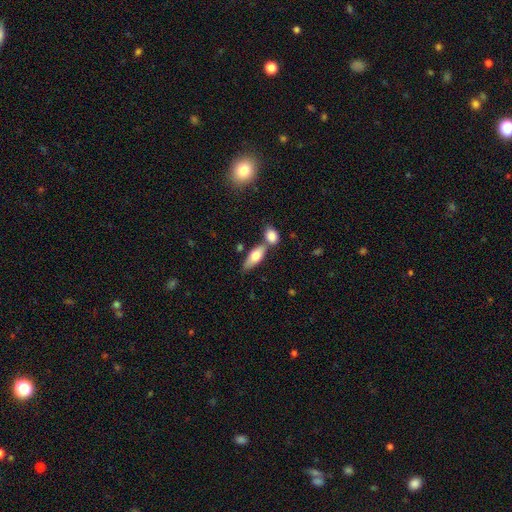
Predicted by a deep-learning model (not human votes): smooth-or-featured: smooth: 71% | featured or disk: 22% | star or artifact: 6%
  how-rounded: in between: 73% | cigar-shaped: 23% | round: 3%
  merging: none: 47% | merger: 36% | minor disturbance: 13% | major disturbance: 4%